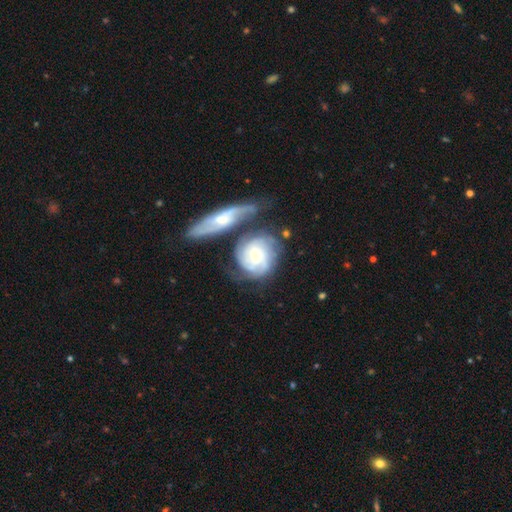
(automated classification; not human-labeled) A featured or disk galaxy (77%) with no bar (63%), tight (64%) spiral arms (92%) and a moderate central bulge (57%). Merging: none (44%).